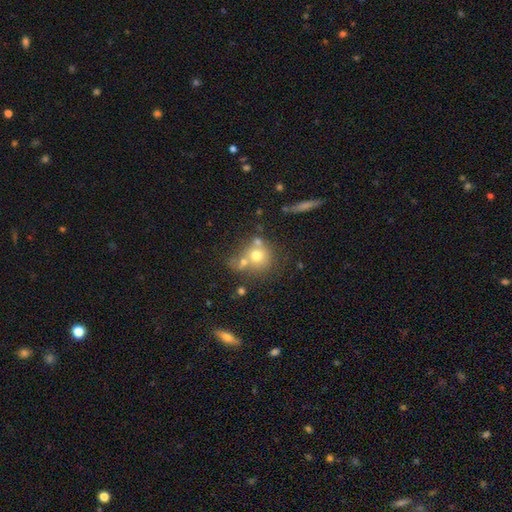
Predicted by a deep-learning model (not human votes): Q: Smooth or featured?
A: smooth (65%); runner-up: featured or disk (21%)
Q: How rounded?
A: round (83%); runner-up: in between (16%)
Q: Merging?
A: none (47%); runner-up: merger (36%)